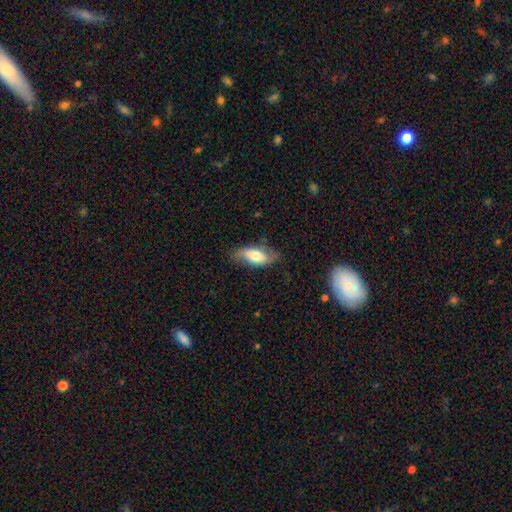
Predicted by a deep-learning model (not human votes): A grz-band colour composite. It shows a smooth galaxy with no disk features (55%) that is in between round and cigar-shaped (83%). Merging: none (69%).